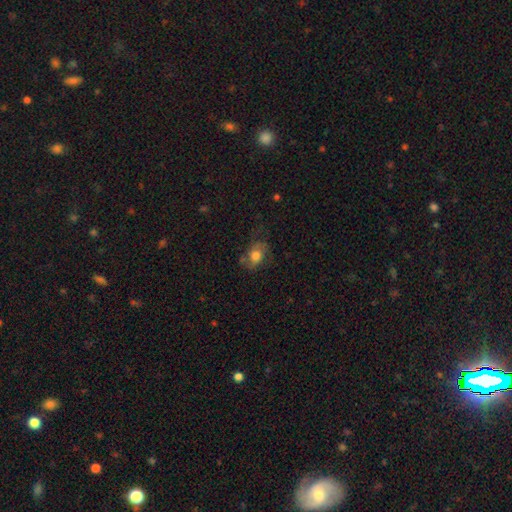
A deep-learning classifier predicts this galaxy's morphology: This appears to be a smooth galaxy with no disk features (59%) that is in between round and cigar-shaped (67%). Merging: none (50%).